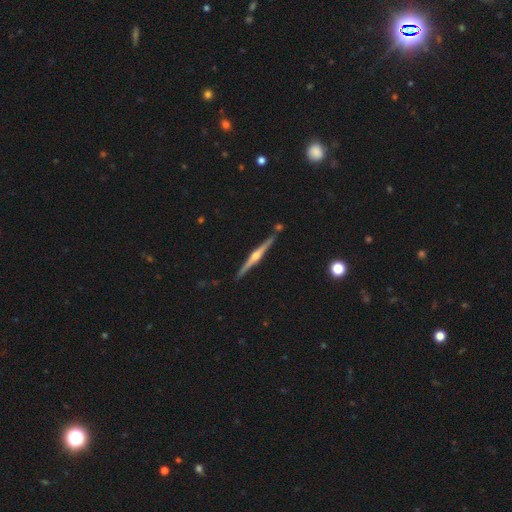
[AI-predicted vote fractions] Overall: featured or disk (81%). Edge-on disk: yes (99%). Edge-on bulge: rounded (92%). Merging: none (87%).